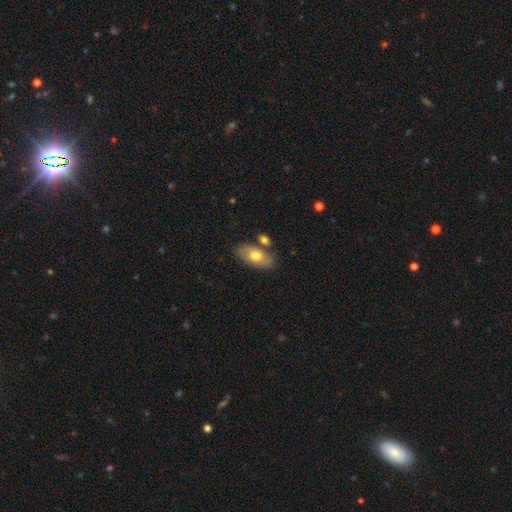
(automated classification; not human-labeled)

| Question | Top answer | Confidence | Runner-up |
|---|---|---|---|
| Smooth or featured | smooth | 60% | featured or disk (34%) |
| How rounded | in between | 91% | round (6%) |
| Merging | none | 67% | minor disturbance (16%) |